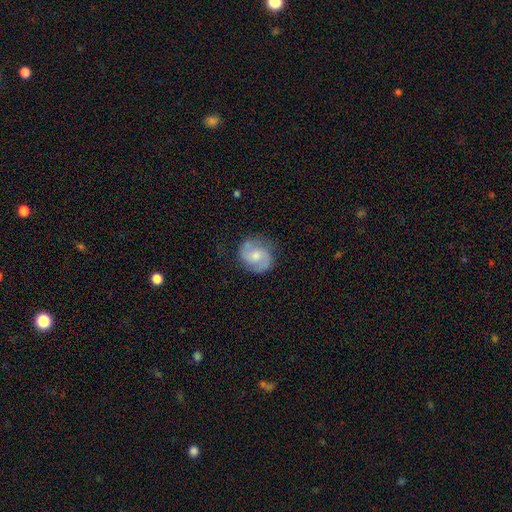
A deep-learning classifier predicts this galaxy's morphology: Q: Smooth or featured?
A: featured or disk (72%); runner-up: smooth (22%)
Q: Edge-on disk?
A: no (98%); runner-up: yes (2%)
Q: Bar?
A: no (53%); runner-up: weak (41%)
Q: Spiral arms?
A: yes (94%); runner-up: no (6%)
Q: Spiral winding?
A: medium (52%); runner-up: tight (29%)
Q: Spiral arm count?
A: 2 (89%); runner-up: can't tell (6%)
Q: Bulge size?
A: moderate (56%); runner-up: small (29%)
Q: Merging?
A: none (78%); runner-up: minor disturbance (16%)